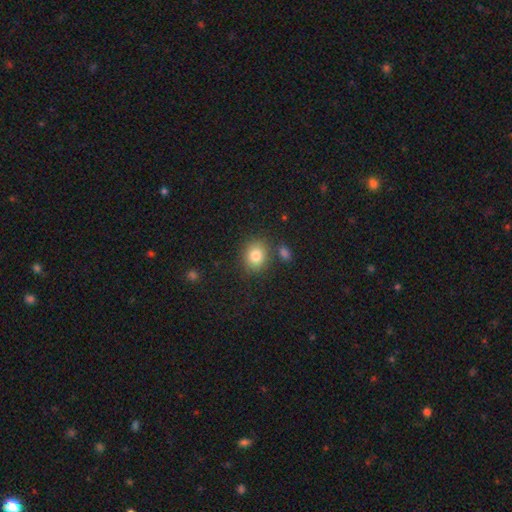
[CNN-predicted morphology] The model was most divided on "how rounded": round: 61%, in between: 38%, cigar-shaped: 1%. More confident: smooth or featured — smooth (82%); merging — none (78%).